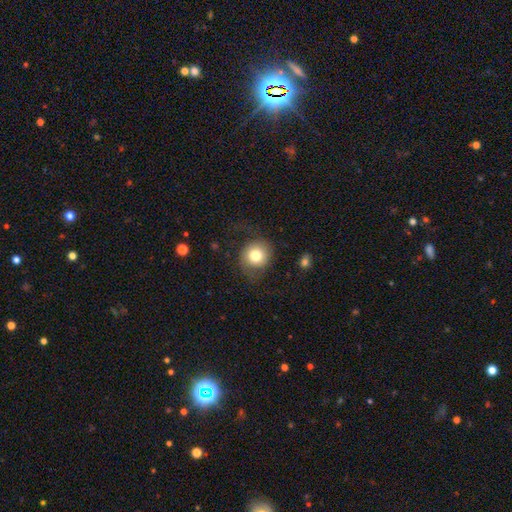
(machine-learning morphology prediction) The model was most divided on "merging": none: 68%, minor disturbance: 18%, major disturbance: 13%, merger: 1%. More confident: how rounded — round (84%); smooth or featured — smooth (76%).